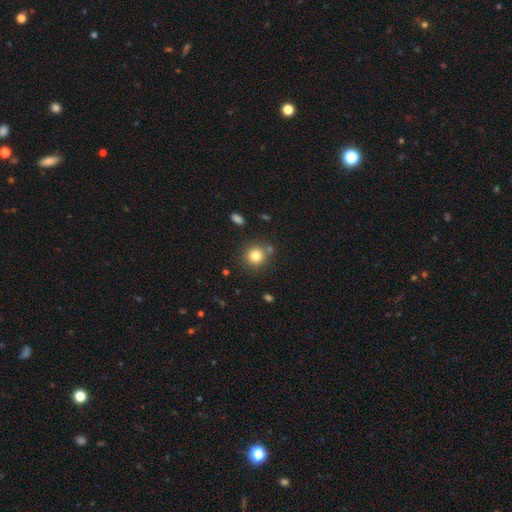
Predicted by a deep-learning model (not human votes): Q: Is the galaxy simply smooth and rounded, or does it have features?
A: smooth — 81%.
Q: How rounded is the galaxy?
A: round — 89%.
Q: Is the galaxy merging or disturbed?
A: none — 77%.